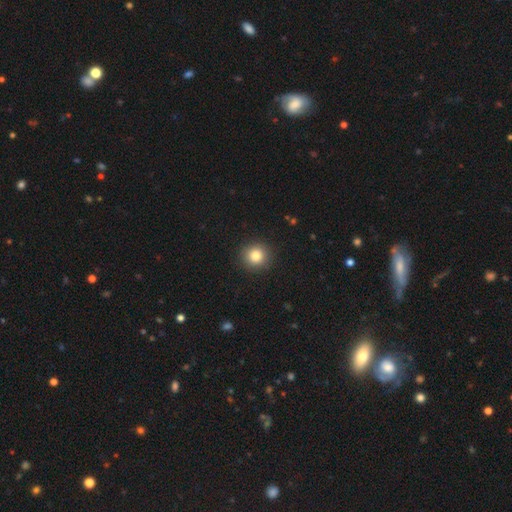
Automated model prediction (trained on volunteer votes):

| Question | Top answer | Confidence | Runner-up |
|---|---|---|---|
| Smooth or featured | smooth | 83% | star or artifact (11%) |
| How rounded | round | 91% | in between (8%) |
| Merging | none | 91% | minor disturbance (6%) |